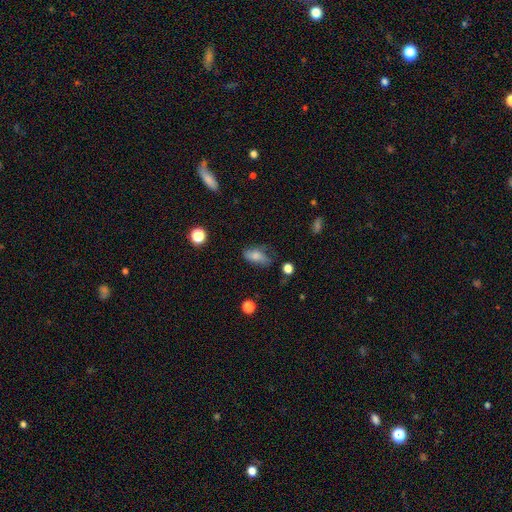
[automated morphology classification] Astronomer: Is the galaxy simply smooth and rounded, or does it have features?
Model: smooth — 70%.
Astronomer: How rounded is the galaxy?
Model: in between — 84%.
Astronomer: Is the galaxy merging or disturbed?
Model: none — 52% (runner-up: minor disturbance, 32%).